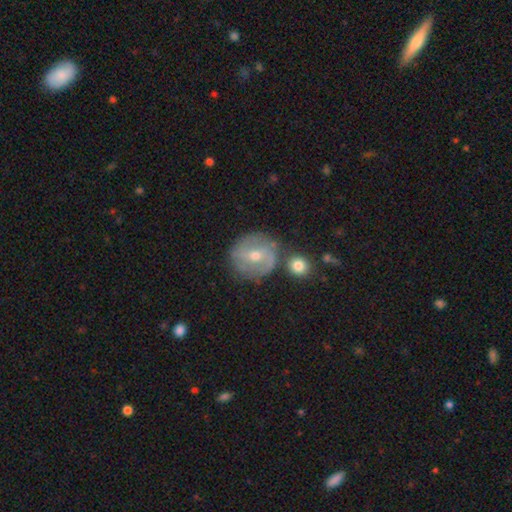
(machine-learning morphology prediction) The model was most divided on "bulge size": moderate: 53%, small: 44%, large: 2%, none: 1%, dominant: 1%. Remaining: edge-on disk — no (96%); spiral arms — yes (75%); merging — none (71%); smooth or featured — featured or disk (65%); bar — weak (47%).